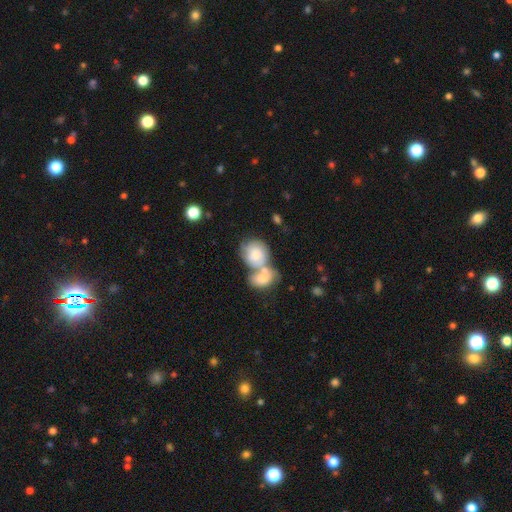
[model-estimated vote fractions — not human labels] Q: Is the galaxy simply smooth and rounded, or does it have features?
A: smooth — 59%.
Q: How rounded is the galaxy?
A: round — 61%.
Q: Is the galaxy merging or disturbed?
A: merger — 67%.